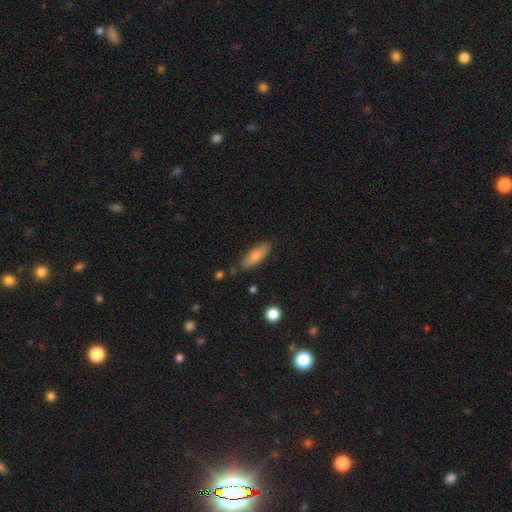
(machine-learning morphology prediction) Smooth or featured? smooth (80%)
How rounded? in between (59%)
Merging? none (81%)